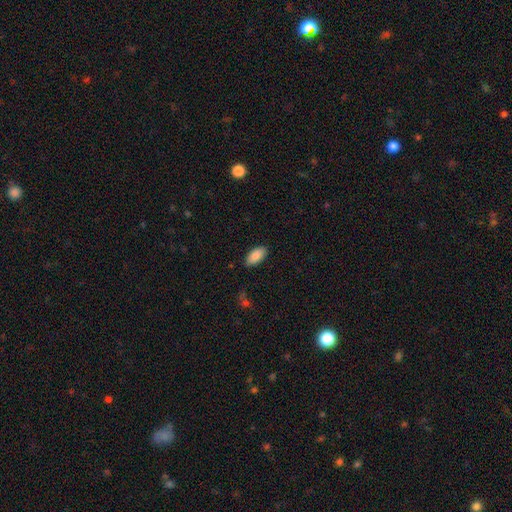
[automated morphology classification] Smooth or featured: smooth — 89% (star or artifact — 7%)
How rounded: in between — 93% (cigar-shaped — 5%)
Merging: none — 87% (minor disturbance — 10%)